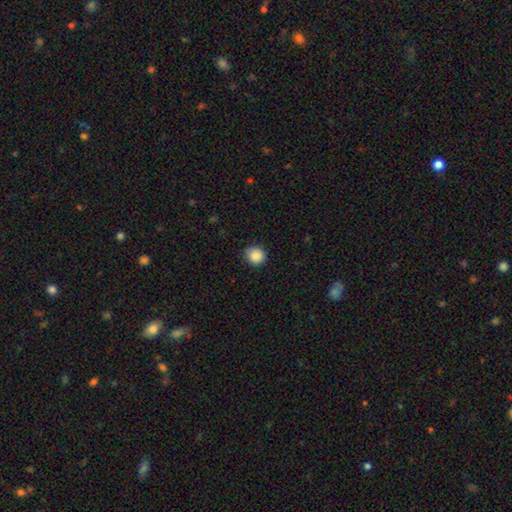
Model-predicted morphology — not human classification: Smooth or featured?
  - smooth: 88% *
  - star or artifact: 9%
  - featured or disk: 3%
How rounded?
  - round: 88% *
  - in between: 11%
  - cigar-shaped: 1%
Merging?
  - none: 88% *
  - minor disturbance: 9%
  - major disturbance: 2%
  - merger: 1%